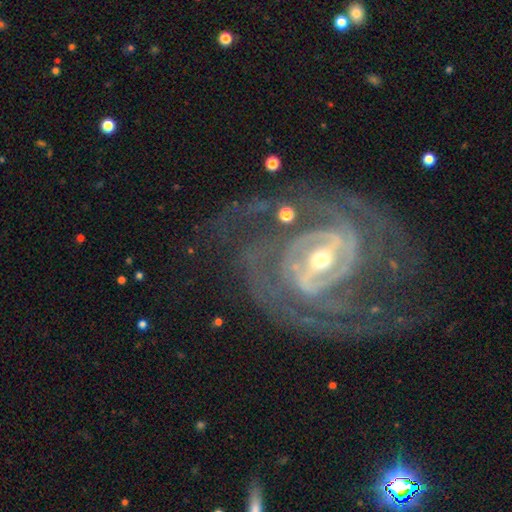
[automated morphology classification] Q: Smooth or featured?
A: featured or disk (91%); runner-up: star or artifact (5%)
Q: Edge-on disk?
A: no (97%); runner-up: yes (3%)
Q: Bar?
A: strong (48%); runner-up: weak (37%)
Q: Spiral arms?
A: yes (97%); runner-up: no (3%)
Q: Spiral winding?
A: tight (59%); runner-up: medium (34%)
Q: Spiral arm count?
A: 2 (46%); runner-up: 3 (18%)
Q: Bulge size?
A: moderate (47%); tied with: small (47%)
Q: Merging?
A: none (66%); runner-up: minor disturbance (16%)